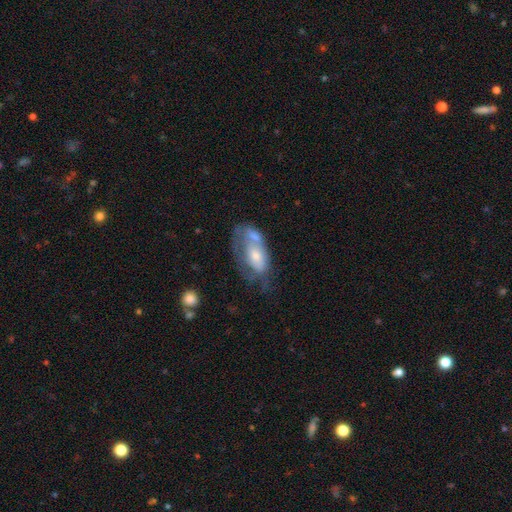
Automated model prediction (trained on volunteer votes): Q: Smooth or featured?
A: featured or disk (48%); runner-up: smooth (46%)
Q: Merging?
A: merger (31%); runner-up: major disturbance (24%)